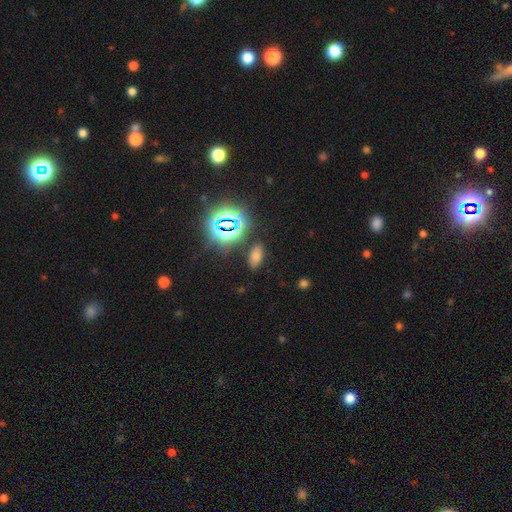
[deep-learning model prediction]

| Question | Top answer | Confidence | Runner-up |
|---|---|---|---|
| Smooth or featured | smooth | 58% | star or artifact (33%) |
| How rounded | in between | 89% | round (7%) |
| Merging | none | 84% | minor disturbance (10%) |